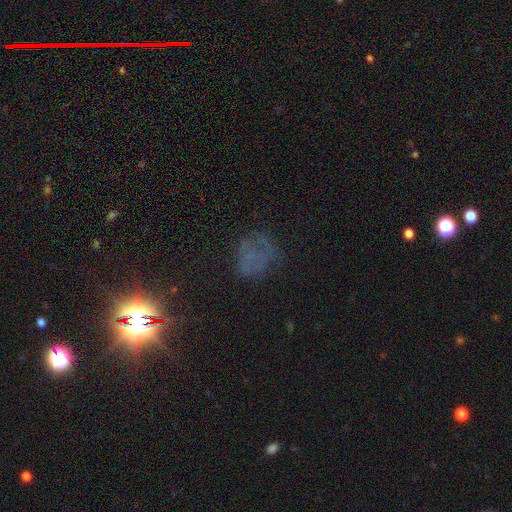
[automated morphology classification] smooth_or_featured: star or artifact (p=0.45) [alt: smooth p=0.30]